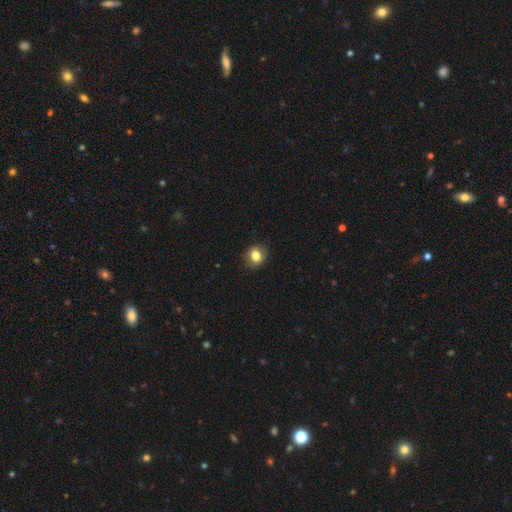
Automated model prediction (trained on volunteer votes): A smooth galaxy with no disk features (80%) that is round (66%). Merging: none (85%).